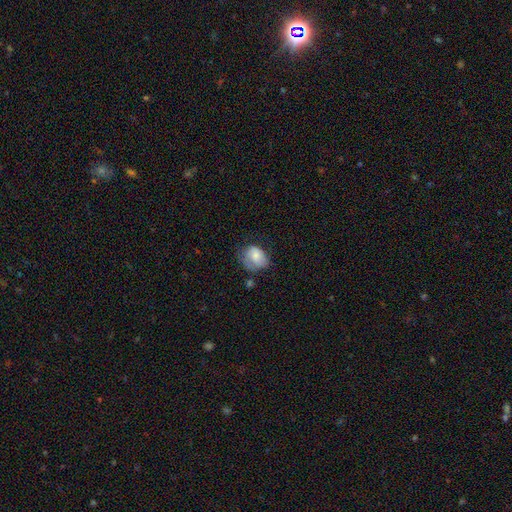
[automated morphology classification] Q: Smooth or featured?
A: smooth (67%); runner-up: featured or disk (26%)
Q: How rounded?
A: in between (55%); runner-up: round (44%)
Q: Merging?
A: none (41%); runner-up: minor disturbance (35%)